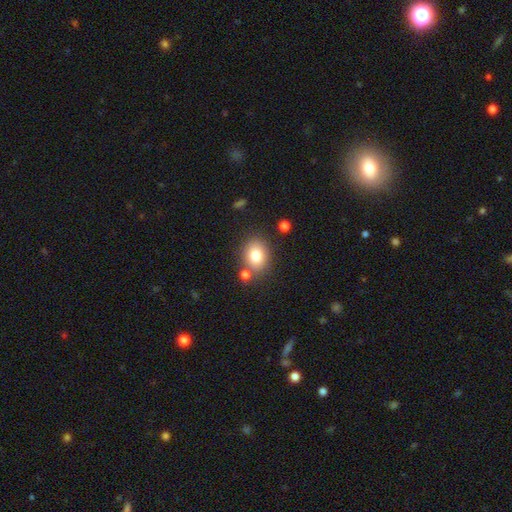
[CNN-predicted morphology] Smooth or featured: smooth — 80% (featured or disk — 10%)
How rounded: in between — 58% (round — 41%)
Merging: none — 73% (minor disturbance — 12%)